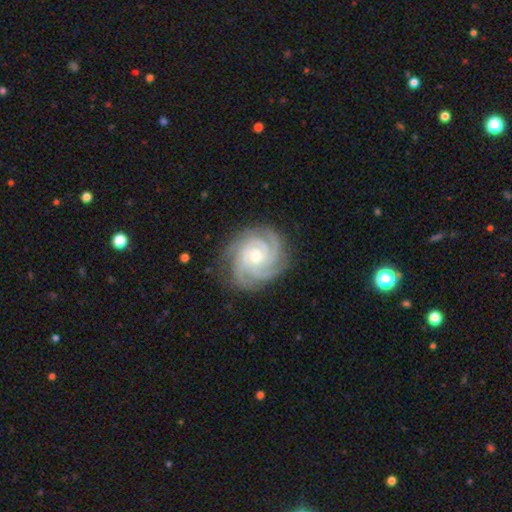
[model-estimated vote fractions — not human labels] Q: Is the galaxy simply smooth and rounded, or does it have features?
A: featured or disk — 91%.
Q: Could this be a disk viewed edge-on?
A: no — 98%.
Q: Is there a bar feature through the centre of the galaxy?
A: no — 69%.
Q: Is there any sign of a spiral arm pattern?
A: yes — 99%.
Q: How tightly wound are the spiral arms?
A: tight — 77%.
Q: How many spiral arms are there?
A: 4 — 40%.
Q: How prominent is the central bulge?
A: moderate — 55%.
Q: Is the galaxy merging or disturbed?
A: none — 82%.